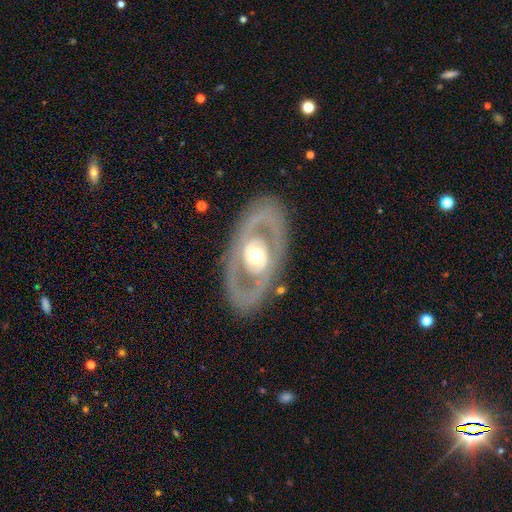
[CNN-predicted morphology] Smooth or featured? featured or disk (74%)
Edge-on disk? no (89%)
Bar? no (73%)
Spiral arms? no (72%)
Bulge size? moderate (67%)
Merging? none (81%)